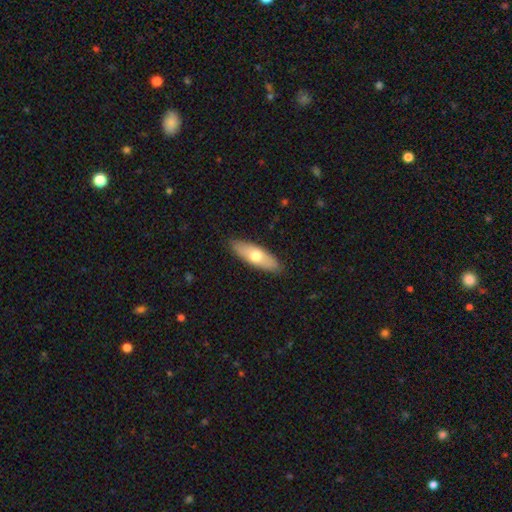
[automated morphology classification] Overall: smooth (62%; featured or disk 33%). How rounded: in between (55%; cigar-shaped 43%). Merging: none (88%).